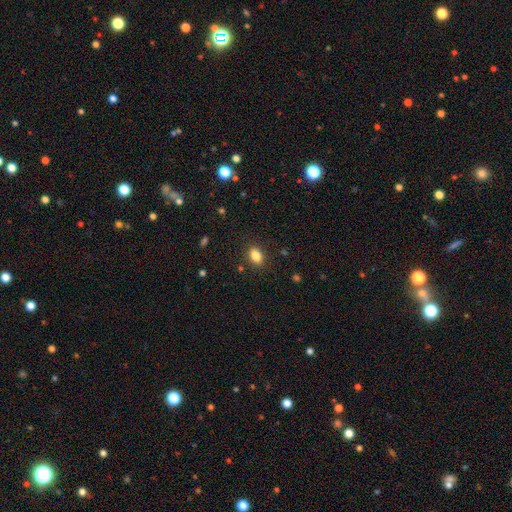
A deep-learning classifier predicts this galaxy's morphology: Smooth or featured: smooth — 85% (star or artifact — 10%)
How rounded: in between — 83% (round — 15%)
Merging: none — 87% (minor disturbance — 9%)